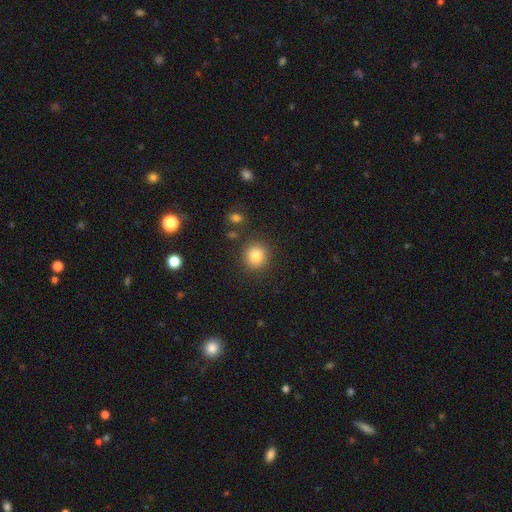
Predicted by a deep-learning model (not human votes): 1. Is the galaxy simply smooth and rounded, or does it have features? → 84% smooth, 10% star or artifact, 6% featured or disk.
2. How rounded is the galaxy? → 90% round, 9% in between, 1% cigar-shaped.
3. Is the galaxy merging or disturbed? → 87% none, 7% minor disturbance, 3% merger, 3% major disturbance.